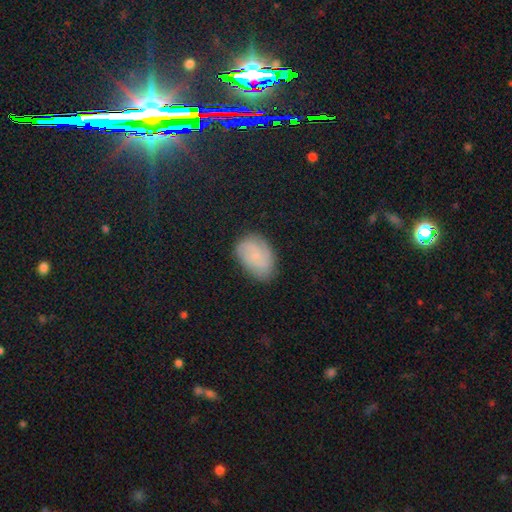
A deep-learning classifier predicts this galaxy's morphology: smooth_or_featured: smooth (p=0.57) [alt: featured or disk p=0.32]
how_rounded: in between (p=0.85) [alt: round p=0.13]
merging: none (p=0.71) [alt: minor disturbance p=0.22]